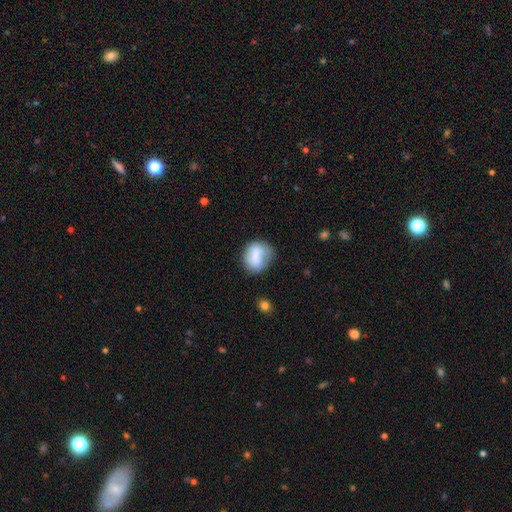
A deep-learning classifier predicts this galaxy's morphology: A smooth galaxy with no disk features (75%) that is round (59%). Merging: none (56%).